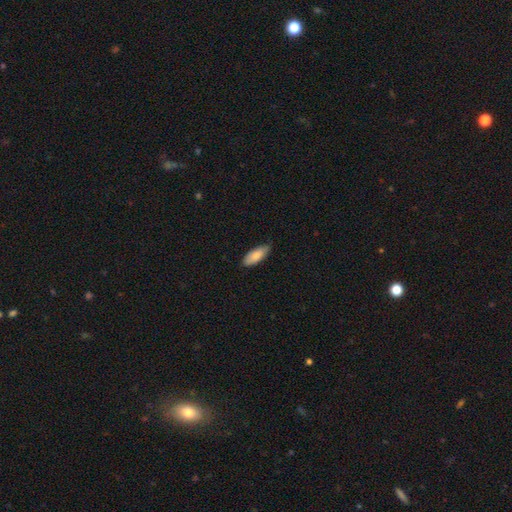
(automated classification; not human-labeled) This is clearly a smooth galaxy (83%). How rounded: likely in between (79%). Merging: clearly none (82%).